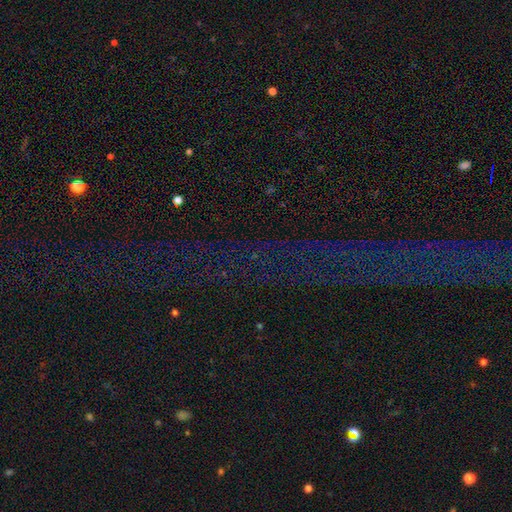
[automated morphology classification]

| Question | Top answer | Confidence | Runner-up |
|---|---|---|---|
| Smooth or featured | star or artifact | 79% | featured or disk (12%) |